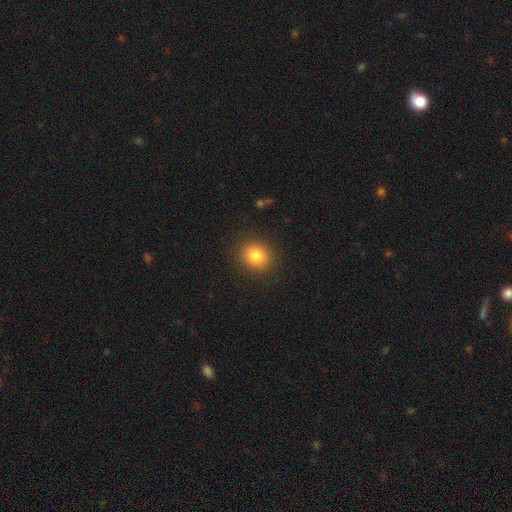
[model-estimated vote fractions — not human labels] Morphology: type=smooth (82%); roundness=round (79%); merging=none (88%).